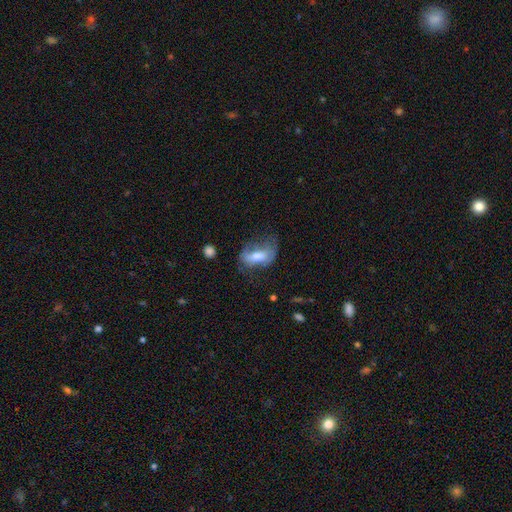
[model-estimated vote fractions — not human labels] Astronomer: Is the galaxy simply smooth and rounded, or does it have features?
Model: smooth — 47% (runner-up: featured or disk, 45%).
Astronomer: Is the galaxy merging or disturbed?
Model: none — 42% (runner-up: minor disturbance, 28%).